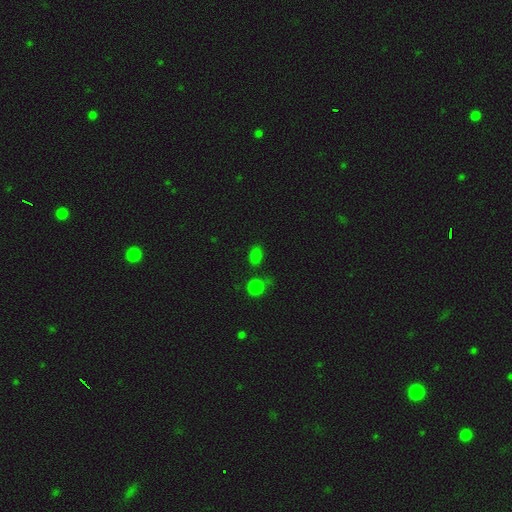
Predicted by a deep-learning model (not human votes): smooth 75%, star or artifact 21%, featured or disk 4%. Down the decision tree: how rounded — in between (79%); merging — none (72%).